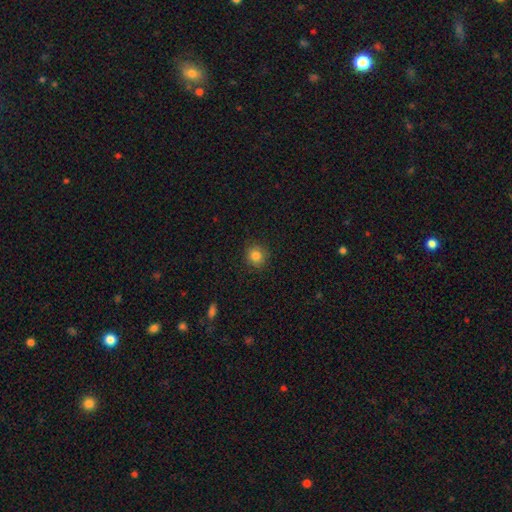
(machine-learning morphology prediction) Q: Smooth or featured?
A: smooth (83%); runner-up: star or artifact (12%)
Q: How rounded?
A: round (90%); runner-up: in between (9%)
Q: Merging?
A: none (89%); runner-up: minor disturbance (8%)